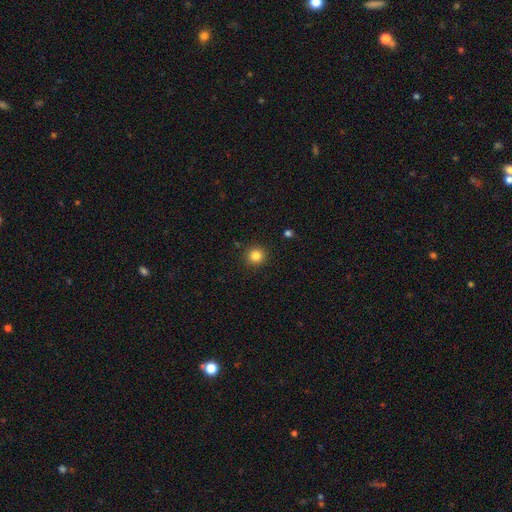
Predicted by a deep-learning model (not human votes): smooth_or_featured: smooth (p=0.83) [alt: star or artifact p=0.12]
how_rounded: round (p=0.94) [alt: in between p=0.05]
merging: none (p=0.91) [alt: minor disturbance p=0.05]